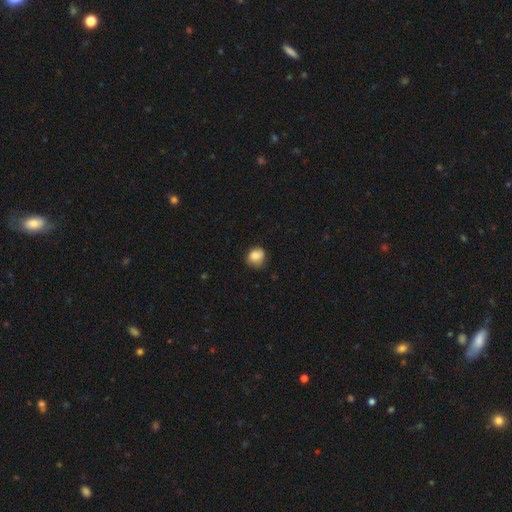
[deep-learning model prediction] smooth 83%, star or artifact 9%, featured or disk 8%. Down the decision tree: how rounded — round (78%); merging — none (67%).